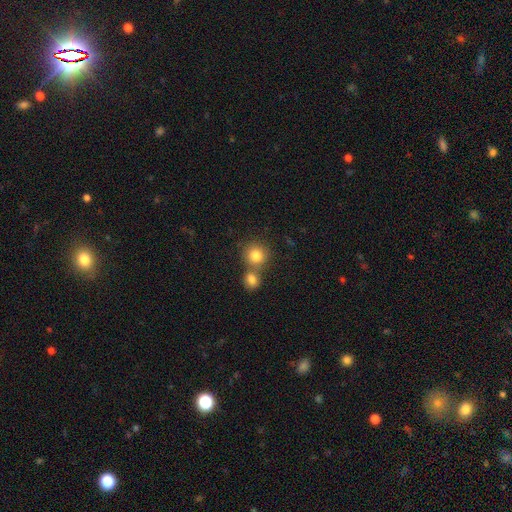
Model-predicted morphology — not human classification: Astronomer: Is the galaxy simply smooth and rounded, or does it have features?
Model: smooth — 81%.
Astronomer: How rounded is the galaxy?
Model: round — 88%.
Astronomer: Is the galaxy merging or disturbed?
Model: none — 53% (runner-up: merger, 37%).